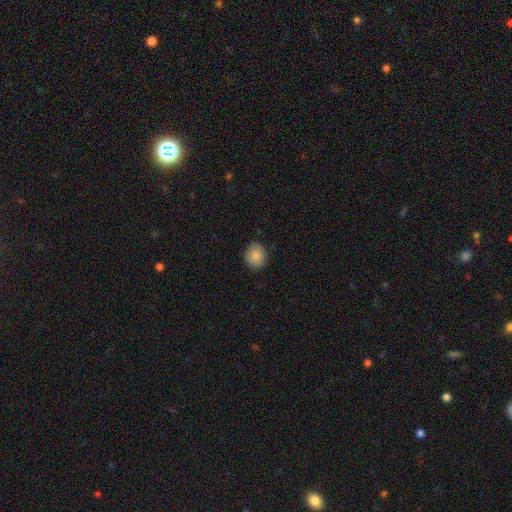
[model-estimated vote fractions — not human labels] smooth_or_featured: smooth (p=0.85) [alt: star or artifact p=0.08]
how_rounded: round (p=0.76) [alt: in between p=0.23]
merging: none (p=0.85) [alt: minor disturbance p=0.12]